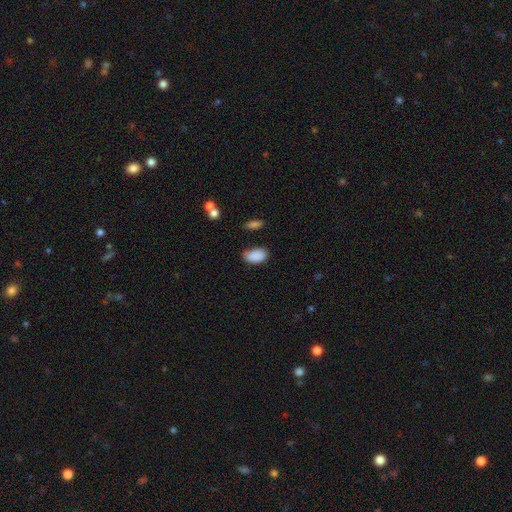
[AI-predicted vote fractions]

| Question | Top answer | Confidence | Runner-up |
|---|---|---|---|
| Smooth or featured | smooth | 88% | star or artifact (8%) |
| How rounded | in between | 93% | round (6%) |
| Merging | none | 74% | minor disturbance (19%) |